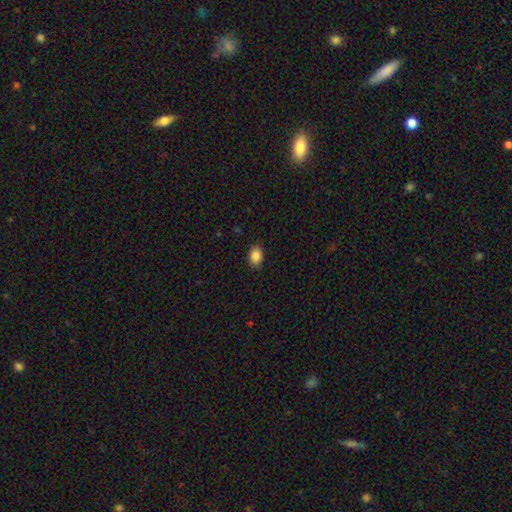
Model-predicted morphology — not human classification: smooth_or_featured: smooth (p=0.88) [alt: star or artifact p=0.09]
how_rounded: in between (p=0.76) [alt: round p=0.23]
merging: none (p=0.87) [alt: minor disturbance p=0.10]